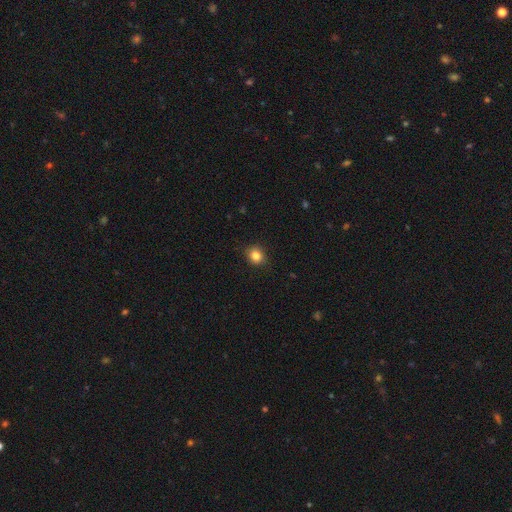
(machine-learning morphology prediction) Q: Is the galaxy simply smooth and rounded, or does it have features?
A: smooth — 83%.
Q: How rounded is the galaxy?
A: round — 76%.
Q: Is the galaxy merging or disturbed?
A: none — 88%.